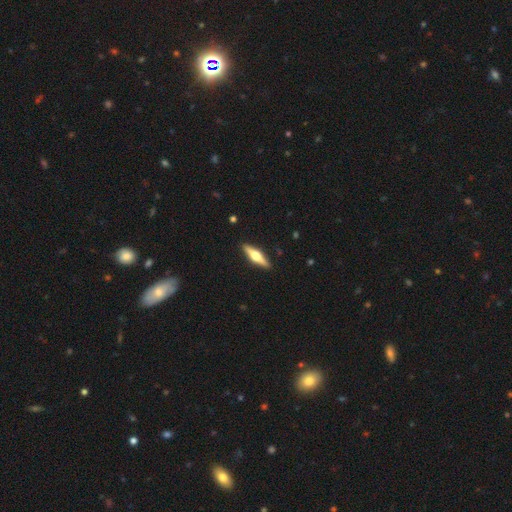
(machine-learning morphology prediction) Q: Smooth or featured?
A: featured or disk (64%); runner-up: smooth (31%)
Q: Edge-on disk?
A: yes (96%); runner-up: no (4%)
Q: Edge-on bulge?
A: rounded (95%); runner-up: boxy (3%)
Q: Merging?
A: none (91%); runner-up: minor disturbance (7%)